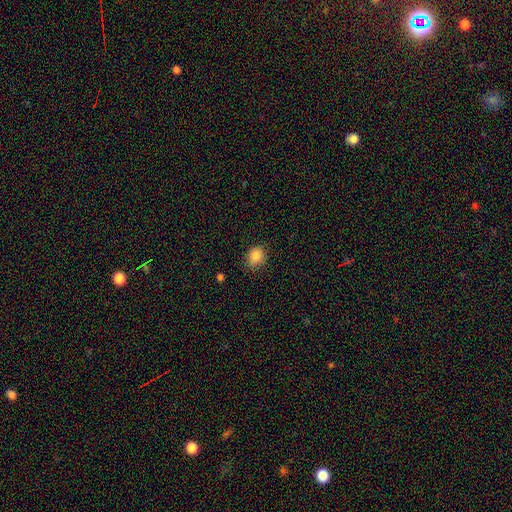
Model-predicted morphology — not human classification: type=smooth (86%); roundness=round (59%); merging=none (75%).